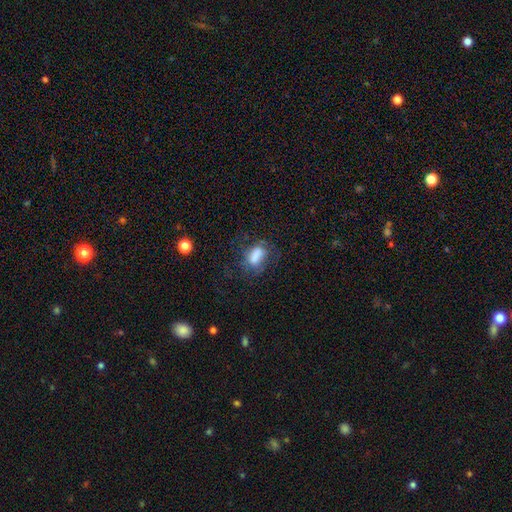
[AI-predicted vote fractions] This is likely a smooth galaxy (67%). How rounded: clearly in between (83%). Merging: marginally none (45%).